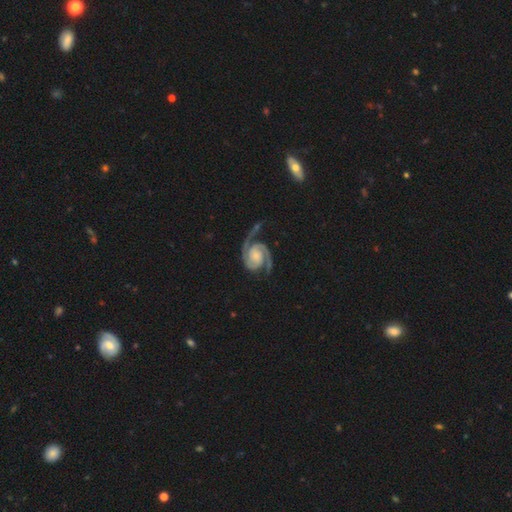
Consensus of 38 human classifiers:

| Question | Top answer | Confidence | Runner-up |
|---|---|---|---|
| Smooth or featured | featured or disk | 92% | star or artifact (8%) |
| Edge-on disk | no | 100% | — |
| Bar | no | 69% | weak (26%) |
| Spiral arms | yes | 97% | no (3%) |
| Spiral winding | medium | 50% | tight (41%) |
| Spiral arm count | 2 | 97% | 3 (3%) |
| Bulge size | small | 49% | moderate (29%) |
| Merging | none | 37% | major disturbance (31%) |